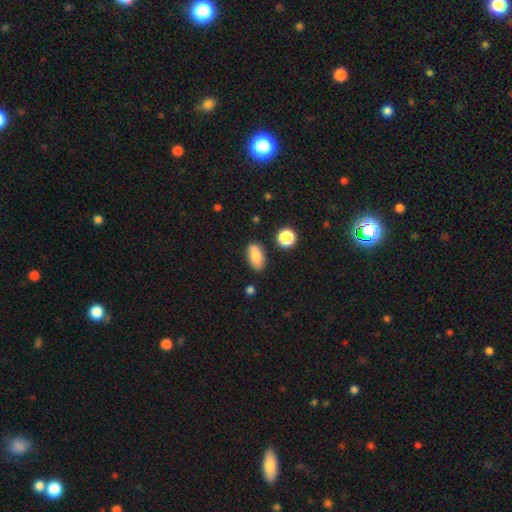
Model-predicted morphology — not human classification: Smooth or featured? smooth (79%)
How rounded? in between (85%)
Merging? none (81%)